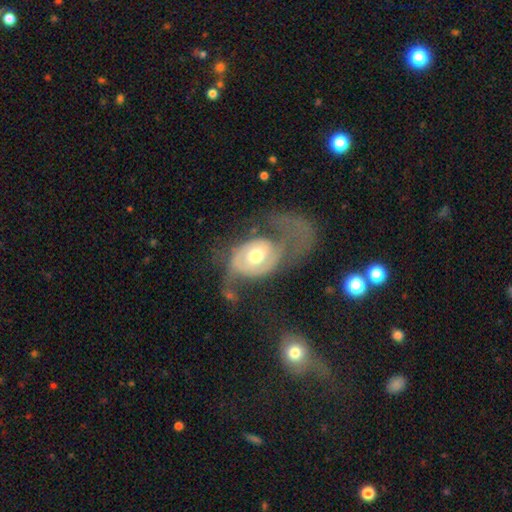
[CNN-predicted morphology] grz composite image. It shows a featured or disk galaxy (76%) with no bar (69%), 2 (54%) loose (42%) spiral arms (83%) and a moderate central bulge (70%). Merging: major disturbance (55%).